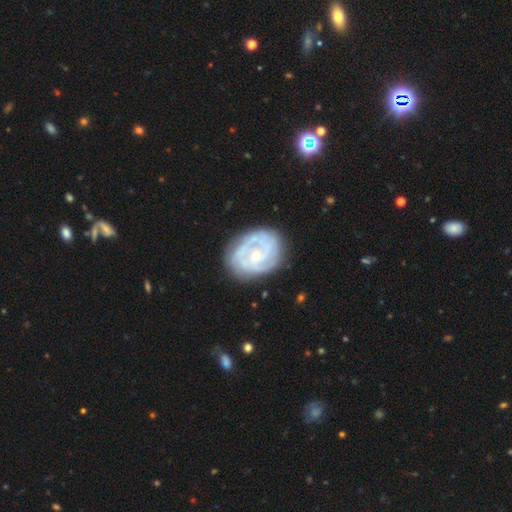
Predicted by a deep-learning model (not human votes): Overall: featured or disk (79%). Edge-on disk: no (97%). Bar: no (68%). Spiral arms: yes (84%). Spiral arm count: 2 (36%; can't tell 35%). Spiral winding: tight (63%; medium 28%). Bulge size: small (66%; moderate 31%). Merging: none (75%).